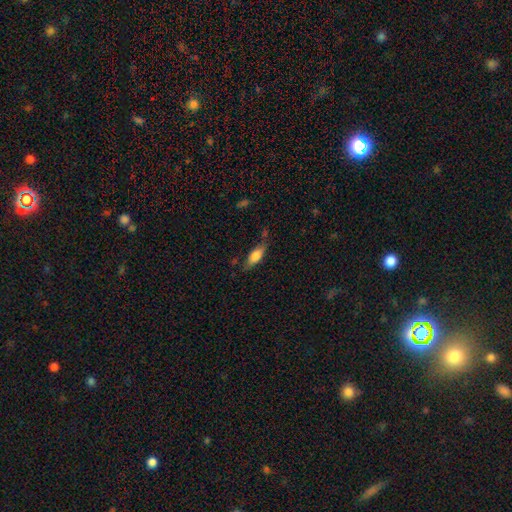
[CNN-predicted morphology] Smooth or featured? Predicted: smooth (p=0.70). How rounded? Predicted: in between (p=0.65). Merging? Predicted: none (p=0.68).